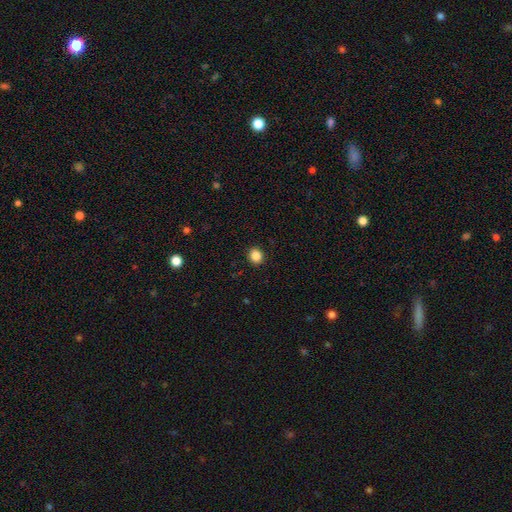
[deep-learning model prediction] Q: Smooth or featured?
A: smooth (86%); runner-up: star or artifact (10%)
Q: How rounded?
A: round (74%); runner-up: in between (25%)
Q: Merging?
A: none (92%); runner-up: minor disturbance (6%)